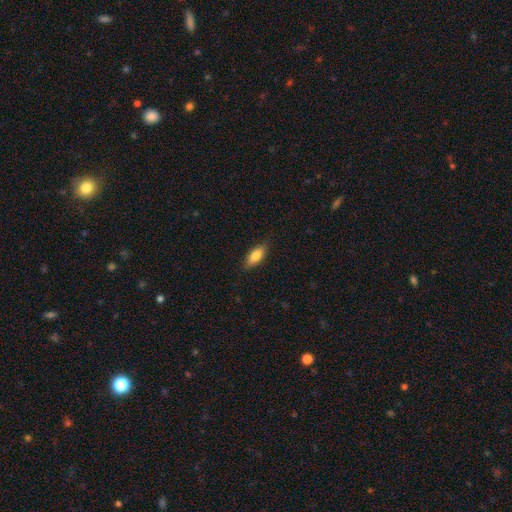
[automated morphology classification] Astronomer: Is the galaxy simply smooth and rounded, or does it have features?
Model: smooth — 79%.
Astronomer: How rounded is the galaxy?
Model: in between — 74%.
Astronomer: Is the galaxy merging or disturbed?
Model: none — 85%.